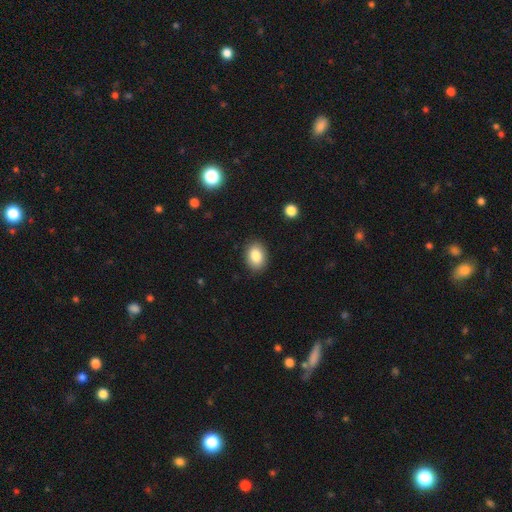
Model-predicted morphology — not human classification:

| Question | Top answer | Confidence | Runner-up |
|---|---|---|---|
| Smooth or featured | smooth | 84% | star or artifact (8%) |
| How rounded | in between | 75% | round (24%) |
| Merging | none | 88% | minor disturbance (9%) |